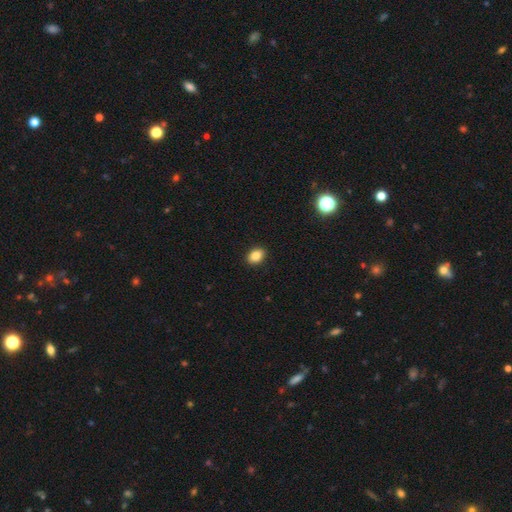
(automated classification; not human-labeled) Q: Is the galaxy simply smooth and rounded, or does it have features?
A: smooth — 86%.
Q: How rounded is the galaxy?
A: in between — 71%.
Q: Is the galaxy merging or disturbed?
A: none — 91%.